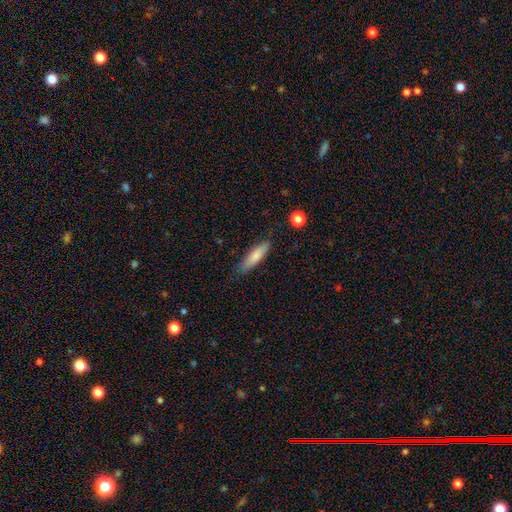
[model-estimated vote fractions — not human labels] smooth_or_featured: smooth (p=0.79) [alt: featured or disk p=0.15]
how_rounded: cigar-shaped (p=0.70) [alt: in between p=0.28]
merging: none (p=0.79) [alt: minor disturbance p=0.16]